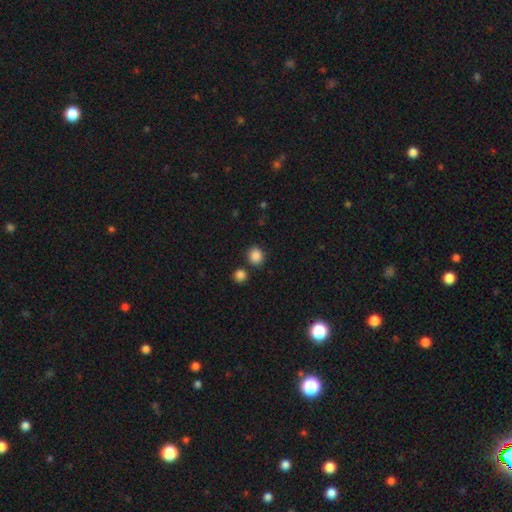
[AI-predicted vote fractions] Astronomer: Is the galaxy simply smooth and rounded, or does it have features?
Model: smooth — 87%.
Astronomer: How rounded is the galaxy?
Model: round — 77%.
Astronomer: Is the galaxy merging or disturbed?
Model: none — 80%.